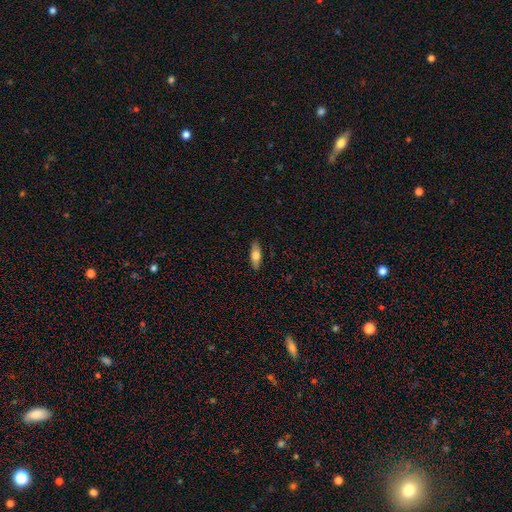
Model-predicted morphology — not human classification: This appears to be a smooth galaxy with no disk features (64%) that is in between round and cigar-shaped (69%). Merging: none (87%).